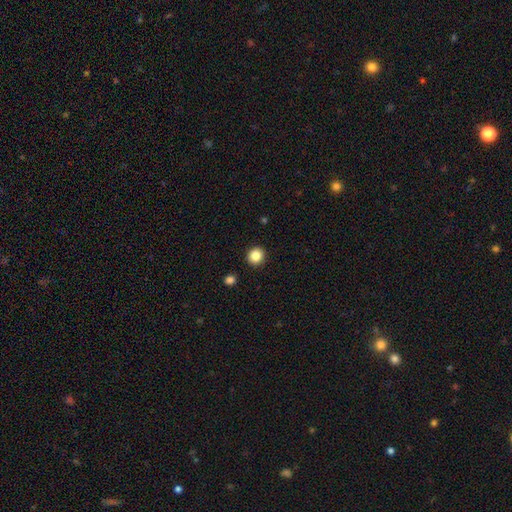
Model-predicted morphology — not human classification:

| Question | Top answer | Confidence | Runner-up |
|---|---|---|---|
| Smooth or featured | smooth | 86% | star or artifact (10%) |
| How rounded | round | 92% | in between (7%) |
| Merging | none | 92% | minor disturbance (5%) |